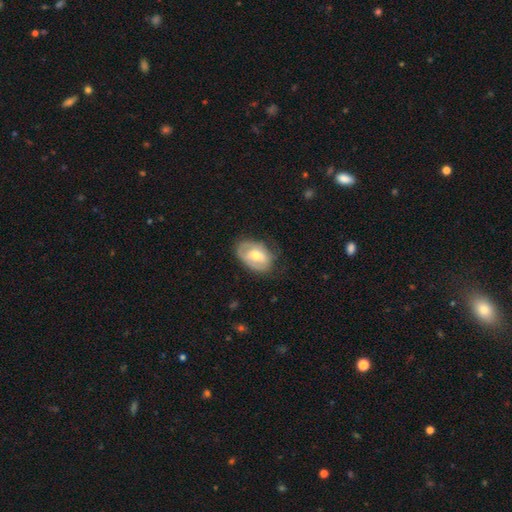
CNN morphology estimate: featured or disk 52%, smooth 41%, star or artifact 6%. Down the decision tree: edge-on disk — no (93%); merging — none (58%).